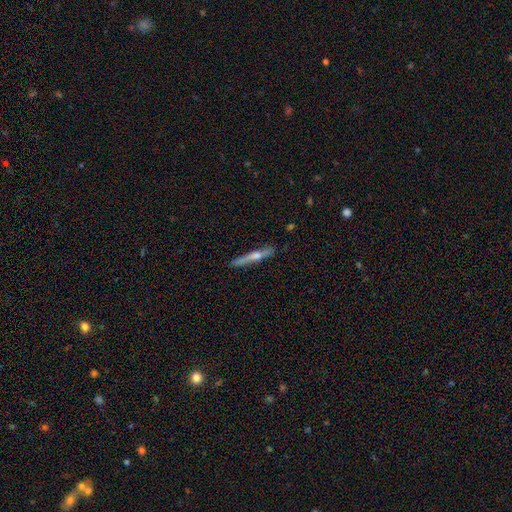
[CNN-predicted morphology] A featured or disk galaxy (58%) viewed edge-on (96%) with a rounded central bulge (82%). Merging: none (84%).